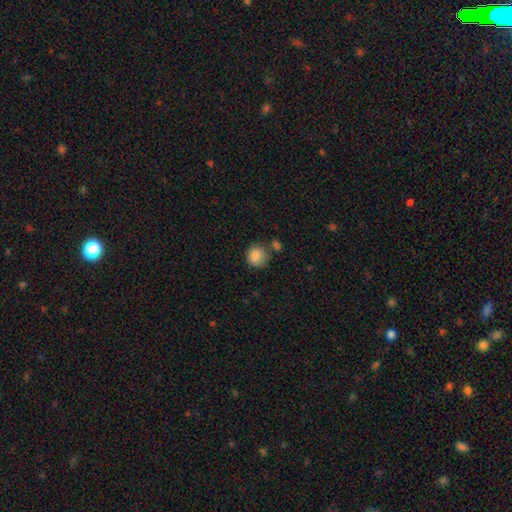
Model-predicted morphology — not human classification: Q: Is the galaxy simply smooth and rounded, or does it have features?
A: smooth — 87%.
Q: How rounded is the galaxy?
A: round — 85%.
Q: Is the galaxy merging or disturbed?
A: none — 64%.